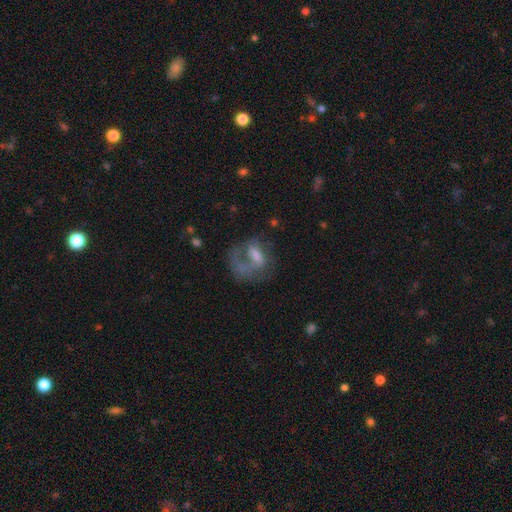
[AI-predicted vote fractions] featured or disk 58%, smooth 26%, star or artifact 16%. Down the decision tree: edge-on disk — no (95%); bar — no (52%); spiral arms — yes (62%); bulge size — moderate (35%); merging — none (41%).